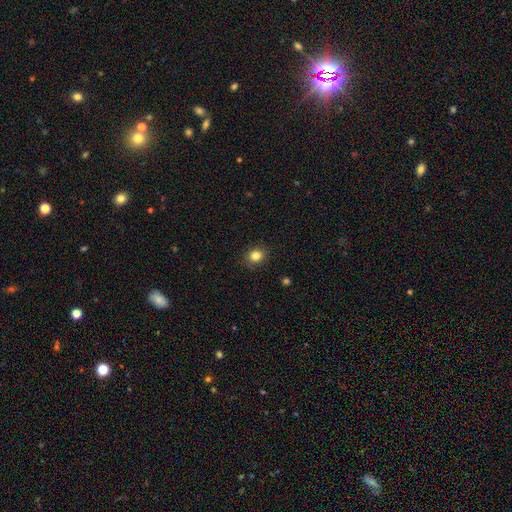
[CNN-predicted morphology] The model was most divided on "how rounded": round: 78%, in between: 21%, cigar-shaped: 1%. More confident: merging — none (88%); smooth or featured — smooth (83%).